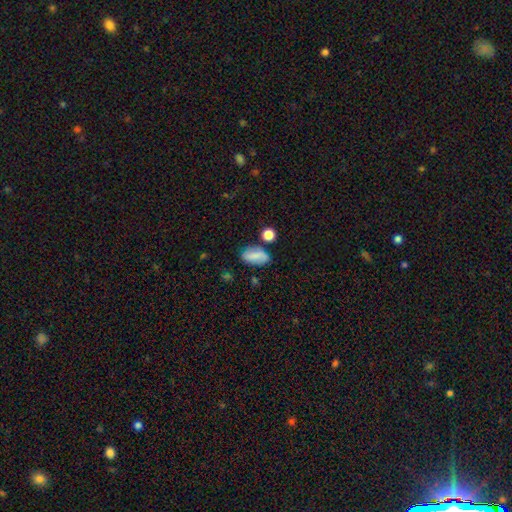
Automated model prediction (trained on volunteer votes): Smooth or featured: smooth — 69% (featured or disk — 21%)
How rounded: in between — 88% (round — 8%)
Merging: none — 66% (minor disturbance — 19%)